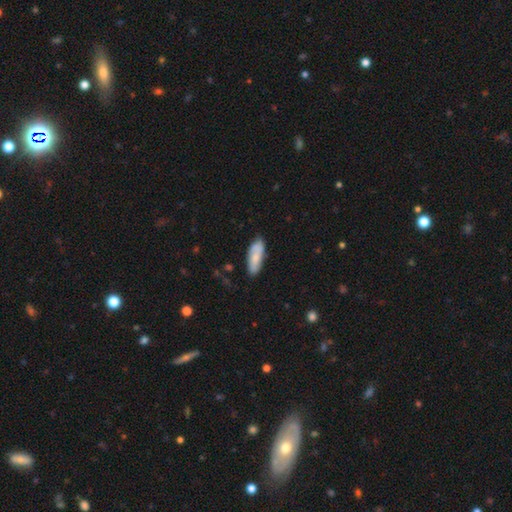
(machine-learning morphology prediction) The model was most divided on "how rounded": in between: 66%, cigar-shaped: 33%, round: 2%. More confident: merging — none (76%); smooth or featured — smooth (74%).